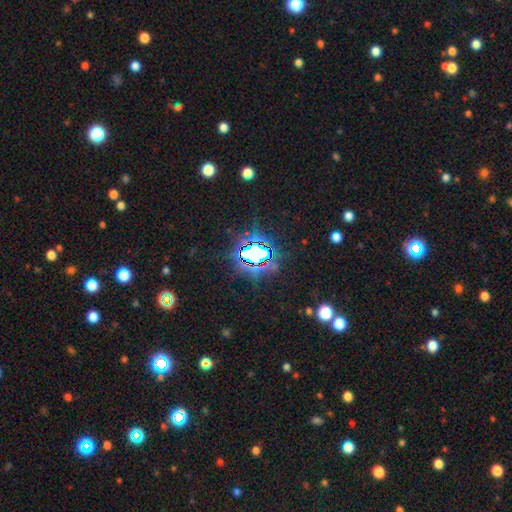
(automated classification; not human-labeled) smooth-or-featured: star or artifact: 74% | smooth: 15% | featured or disk: 11%